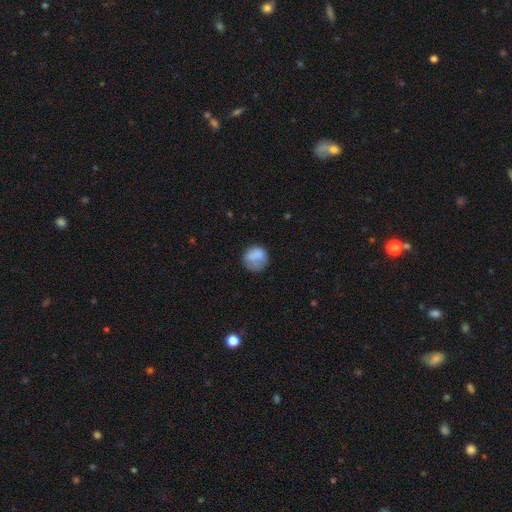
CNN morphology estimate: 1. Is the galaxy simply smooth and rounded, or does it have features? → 79% smooth, 12% featured or disk, 9% star or artifact.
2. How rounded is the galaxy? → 80% round, 19% in between, 1% cigar-shaped.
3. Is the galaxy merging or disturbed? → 59% none, 25% minor disturbance, 14% major disturbance, 3% merger.